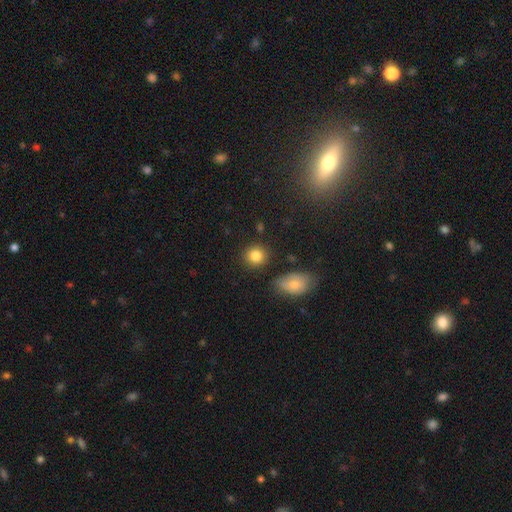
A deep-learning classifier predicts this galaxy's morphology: Smooth or featured: smooth — 85% (star or artifact — 9%)
How rounded: round — 85% (in between — 13%)
Merging: none — 86% (minor disturbance — 8%)